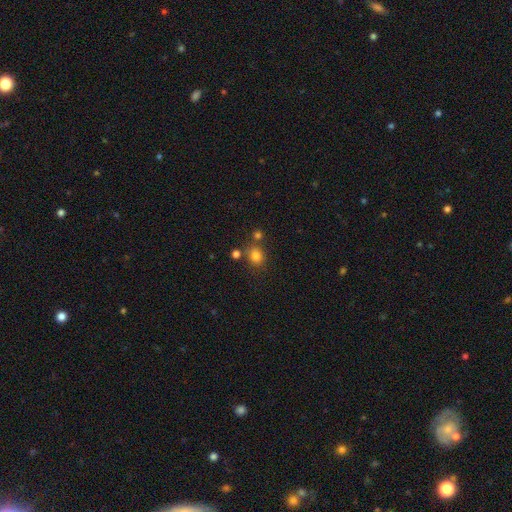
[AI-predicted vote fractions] Morphology: type=smooth (79%); roundness=round (69%); merging=none (69%).